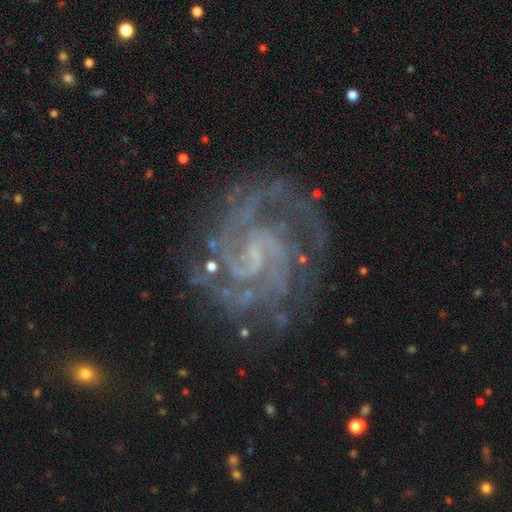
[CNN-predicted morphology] This appears to be a featured or disk galaxy (90%) with a weak bar (51%), 2 (42%) tight (55%) spiral arms (98%) and a small central bulge (53%). Merging: none (75%).